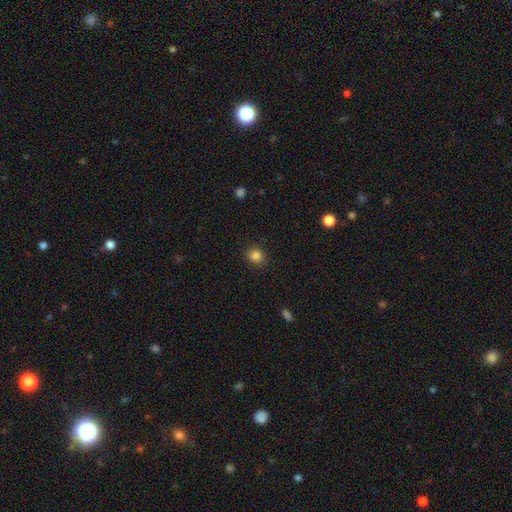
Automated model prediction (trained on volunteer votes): A smooth galaxy with no disk features (84%) that is round (80%).

Vote fractions:
- Smooth or featured? smooth: 84% / star or artifact: 12% / featured or disk: 4%
- How rounded? round: 80% / in between: 19% / cigar-shaped: 1%
- Merging? none: 89% / minor disturbance: 8% / major disturbance: 2% / merger: 1%